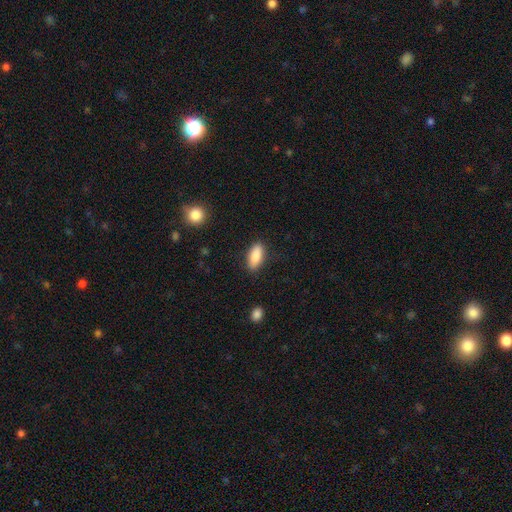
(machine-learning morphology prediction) smooth_or_featured: smooth (p=0.87) [alt: star or artifact p=0.07]
how_rounded: in between (p=0.82) [alt: cigar-shaped p=0.15]
merging: none (p=0.85) [alt: minor disturbance p=0.11]